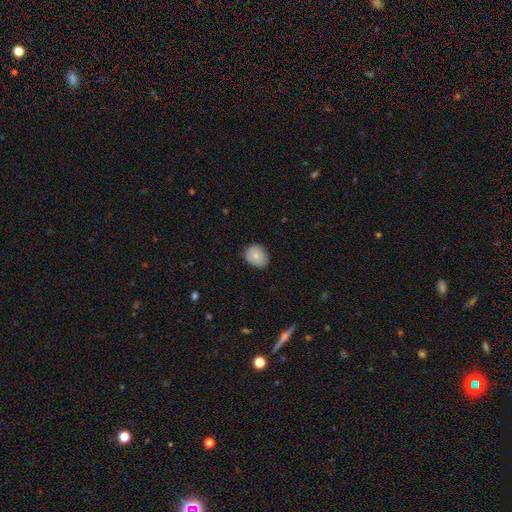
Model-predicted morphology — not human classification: A smooth galaxy with no disk features (79%) that is round (59%). Merging: none (77%).